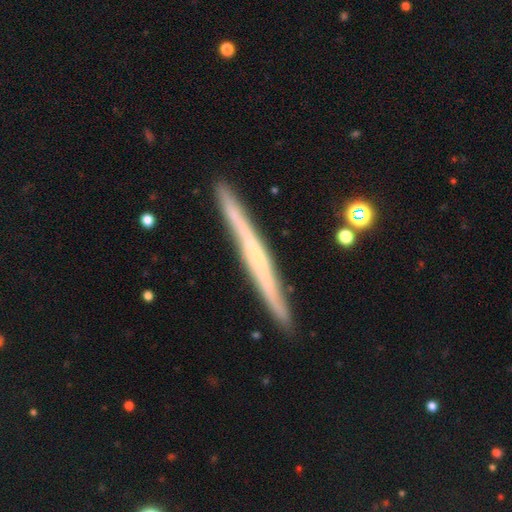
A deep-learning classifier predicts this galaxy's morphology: Smooth or featured? featured or disk (65%)
Edge-on disk? yes (96%)
Edge-on bulge? none (76%)
Merging? none (88%)